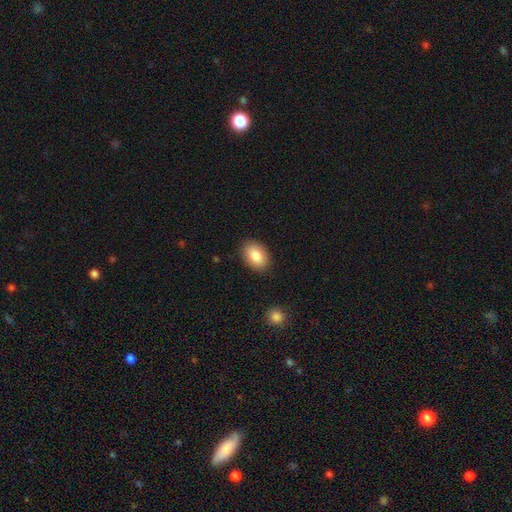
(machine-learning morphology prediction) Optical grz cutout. It shows a smooth galaxy with no disk features (85%) that is in between round and cigar-shaped (85%). Merging: none (88%).